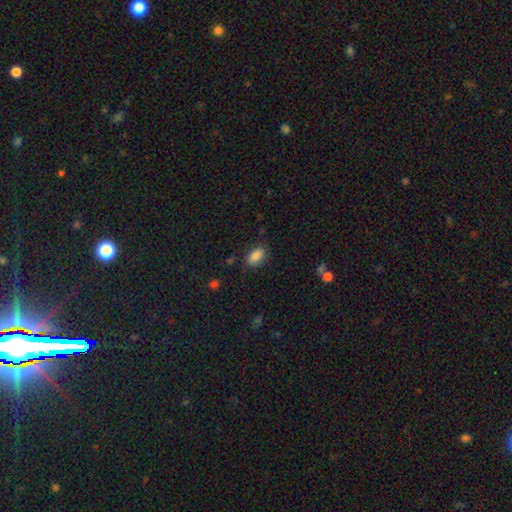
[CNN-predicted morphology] type=smooth (88%); roundness=in between (90%); merging=none (80%).